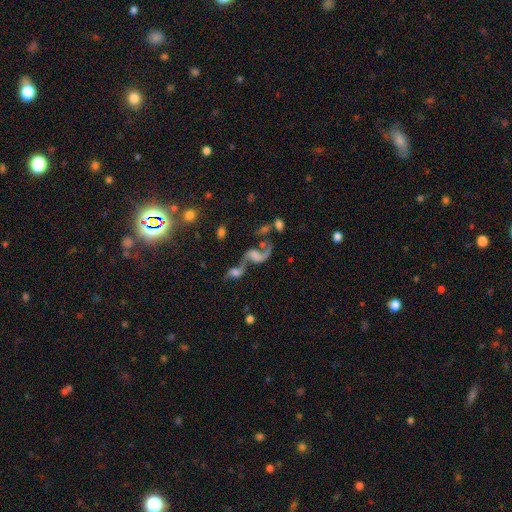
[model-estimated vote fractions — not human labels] A featured or disk galaxy (72%) with no bar (52%), 2 (78%) loose (80%) spiral arms (85%) and no central bulge (41%). Merging: merger (48%).